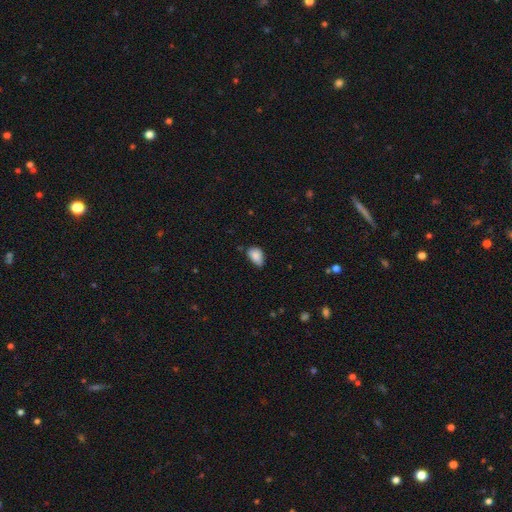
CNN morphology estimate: This is clearly a smooth galaxy (85%). How rounded: clearly in between (90%). Merging: possibly none (55%).